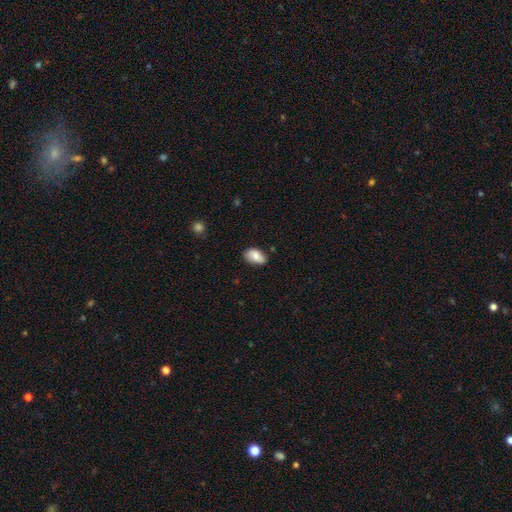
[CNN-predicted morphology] The model was most divided on "merging": none: 70%, minor disturbance: 24%, major disturbance: 4%, merger: 2%. More confident: how rounded — in between (90%); smooth or featured — smooth (80%).